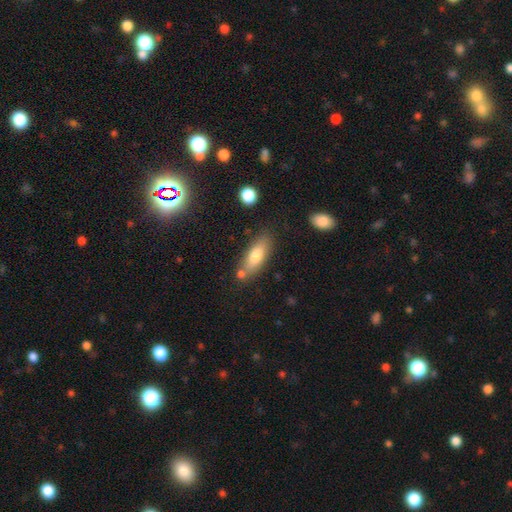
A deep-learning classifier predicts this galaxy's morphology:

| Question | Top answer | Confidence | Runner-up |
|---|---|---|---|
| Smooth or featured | smooth | 75% | featured or disk (18%) |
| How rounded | in between | 68% | cigar-shaped (29%) |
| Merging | none | 71% | minor disturbance (15%) |